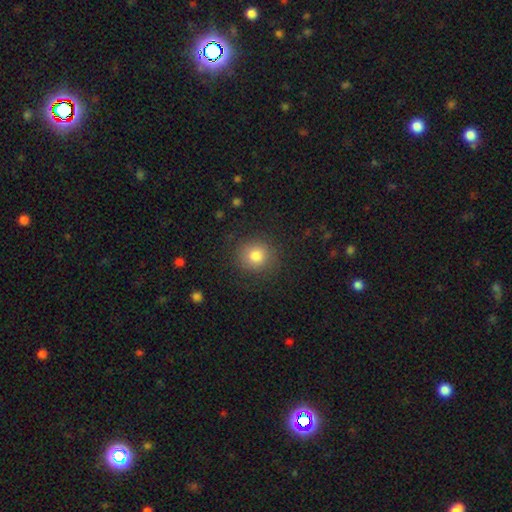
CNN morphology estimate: smooth-or-featured: smooth: 81% | star or artifact: 11% | featured or disk: 8%
  how-rounded: round: 88% | in between: 11% | cigar-shaped: 1%
  merging: none: 85% | minor disturbance: 10% | major disturbance: 4% | merger: 1%